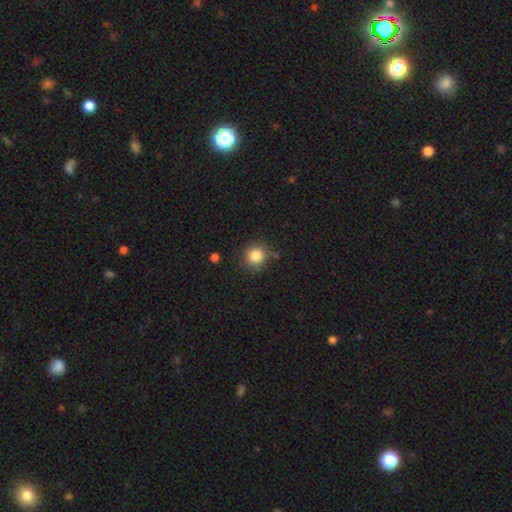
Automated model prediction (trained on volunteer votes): A smooth galaxy with no disk features (84%) that is round (88%). Merging: none (82%).